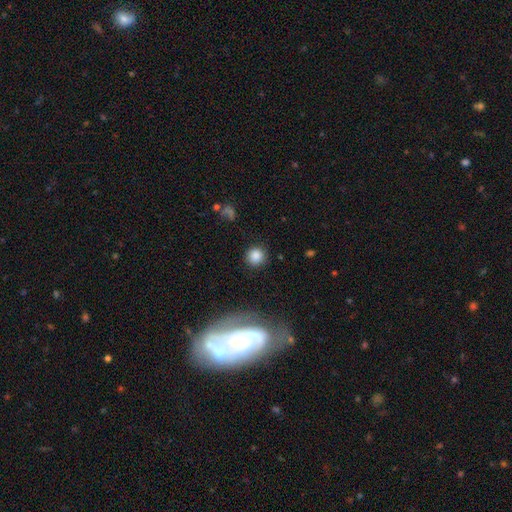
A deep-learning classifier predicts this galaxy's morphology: Smooth or featured? smooth (82%)
How rounded? round (93%)
Merging? none (88%)